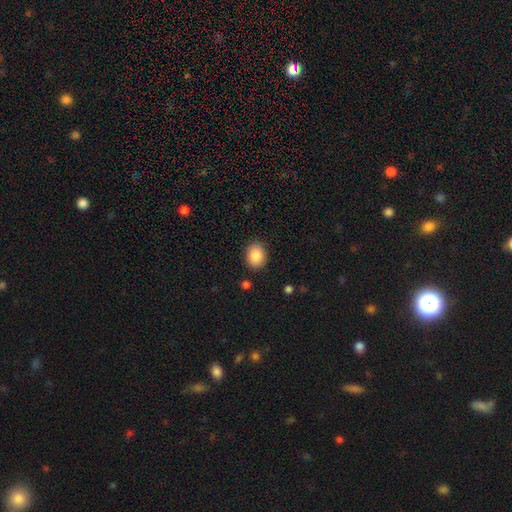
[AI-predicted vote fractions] The model was most divided on "how rounded": in between: 58%, round: 41%, cigar-shaped: 1%. More confident: smooth or featured — smooth (89%); merging — none (86%).